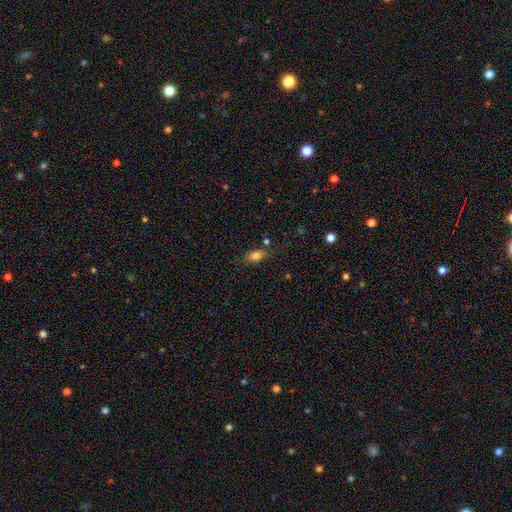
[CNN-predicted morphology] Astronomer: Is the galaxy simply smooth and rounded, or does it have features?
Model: smooth — 81%.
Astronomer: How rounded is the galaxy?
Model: in between — 85%.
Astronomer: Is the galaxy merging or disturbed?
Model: none — 72%.